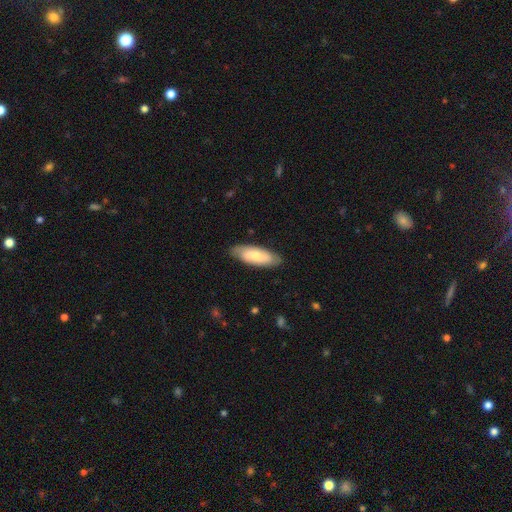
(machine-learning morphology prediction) smooth 60%, featured or disk 34%, star or artifact 5%. Down the decision tree: how rounded — in between (72%); merging — none (83%).